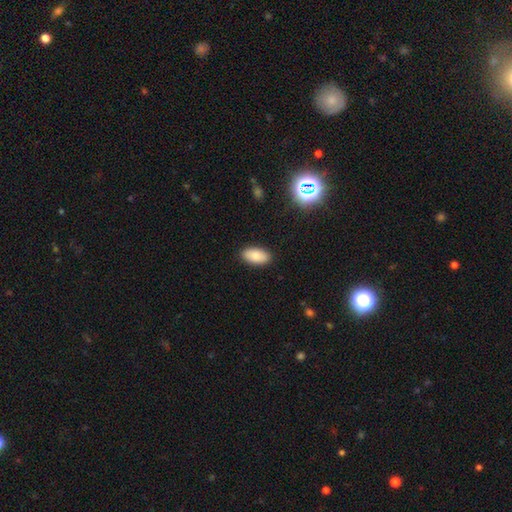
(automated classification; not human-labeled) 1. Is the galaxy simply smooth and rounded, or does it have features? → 86% smooth, 7% star or artifact, 7% featured or disk.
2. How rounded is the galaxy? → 93% in between, 4% cigar-shaped, 3% round.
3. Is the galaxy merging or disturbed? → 89% none, 8% minor disturbance, 2% major disturbance, 1% merger.